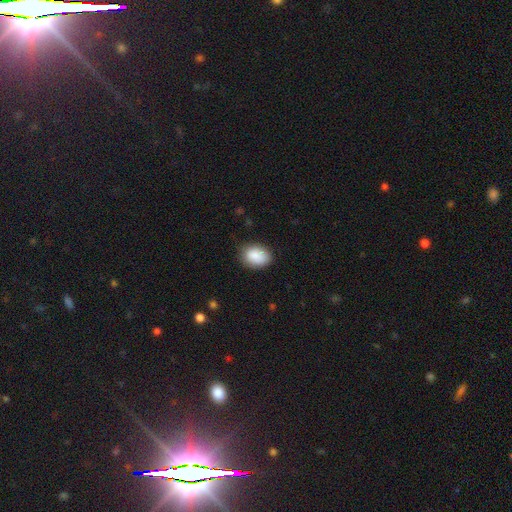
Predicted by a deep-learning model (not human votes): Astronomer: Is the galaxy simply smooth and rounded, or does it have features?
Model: smooth — 89%.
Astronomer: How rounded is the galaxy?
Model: in between — 74%.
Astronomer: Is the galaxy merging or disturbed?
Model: none — 82%.